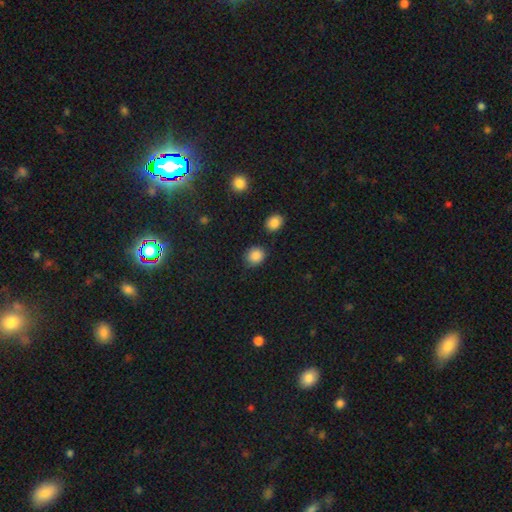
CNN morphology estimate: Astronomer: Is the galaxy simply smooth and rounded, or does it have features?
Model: smooth — 87%.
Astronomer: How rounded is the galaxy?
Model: round — 73%.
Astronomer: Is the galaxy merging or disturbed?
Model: none — 76%.